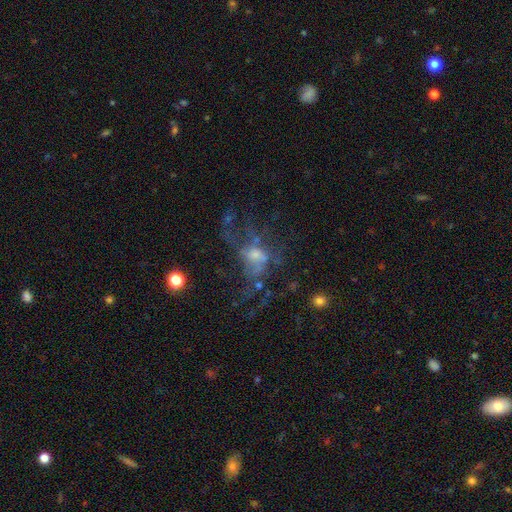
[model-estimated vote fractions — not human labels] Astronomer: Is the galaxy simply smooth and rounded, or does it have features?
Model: featured or disk — 52% (runner-up: smooth, 28%).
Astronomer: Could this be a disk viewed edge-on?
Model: no — 95%.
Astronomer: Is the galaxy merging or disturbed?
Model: major disturbance — 48% (runner-up: none, 30%).